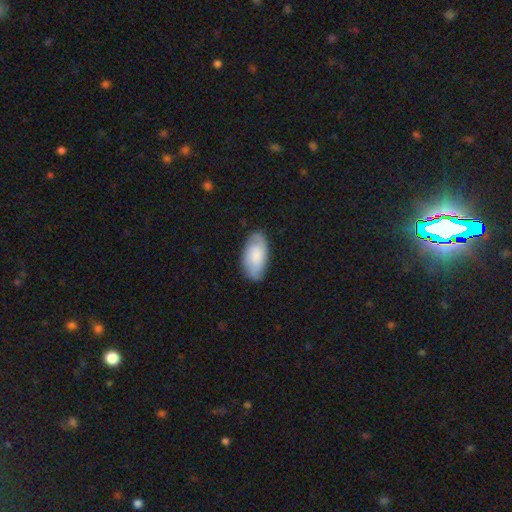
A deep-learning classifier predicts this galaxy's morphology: Q: Smooth or featured?
A: smooth (70%); runner-up: featured or disk (24%)
Q: How rounded?
A: in between (94%); runner-up: cigar-shaped (3%)
Q: Merging?
A: none (81%); runner-up: minor disturbance (15%)